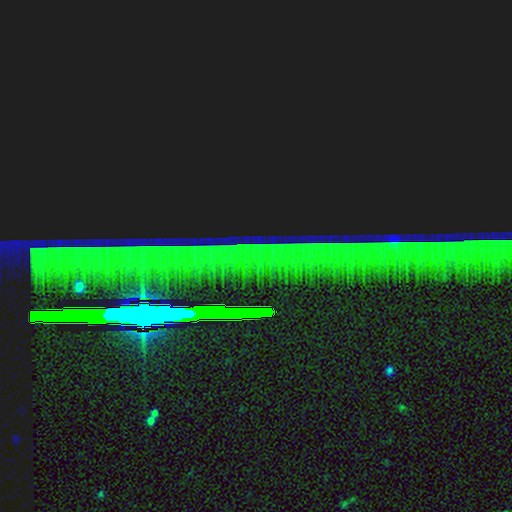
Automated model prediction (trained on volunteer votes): smooth_or_featured: star or artifact (p=0.85) [alt: featured or disk p=0.08]